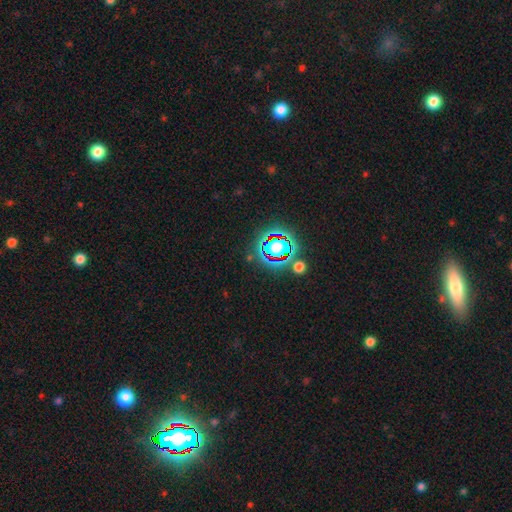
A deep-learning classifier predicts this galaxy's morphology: The model was most divided on "smooth or featured": star or artifact: 81%, smooth: 11%, featured or disk: 8%.